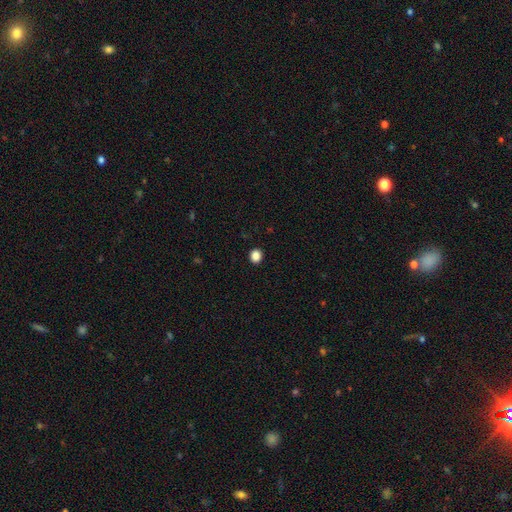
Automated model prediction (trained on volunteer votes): Overall: smooth (86%). How rounded: round (73%). Merging: none (92%).